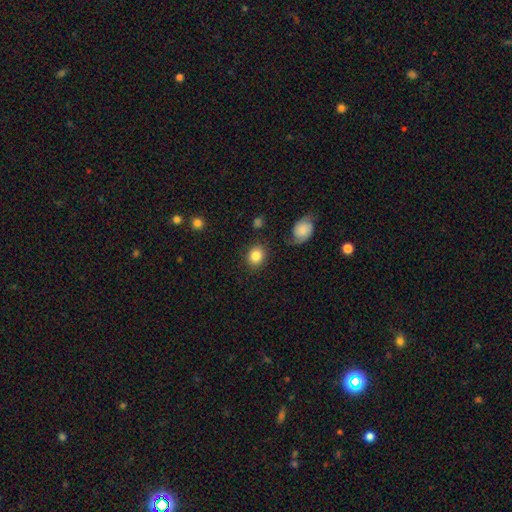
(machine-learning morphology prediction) A smooth galaxy with no disk features (83%) that is round (64%).

Vote fractions:
- Smooth or featured? smooth: 83% / featured or disk: 8% / star or artifact: 8%
- How rounded? round: 64% / in between: 35% / cigar-shaped: 1%
- Merging? none: 83% / minor disturbance: 10% / major disturbance: 3% / merger: 3%